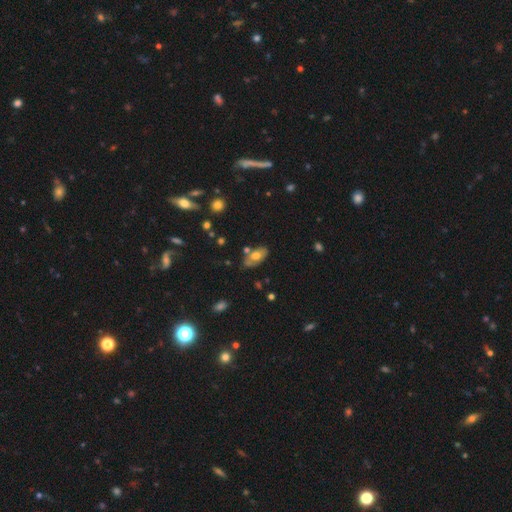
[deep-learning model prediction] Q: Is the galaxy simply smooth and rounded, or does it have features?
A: smooth — 58%.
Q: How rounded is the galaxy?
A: in between — 90%.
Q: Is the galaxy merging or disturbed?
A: none — 65%.